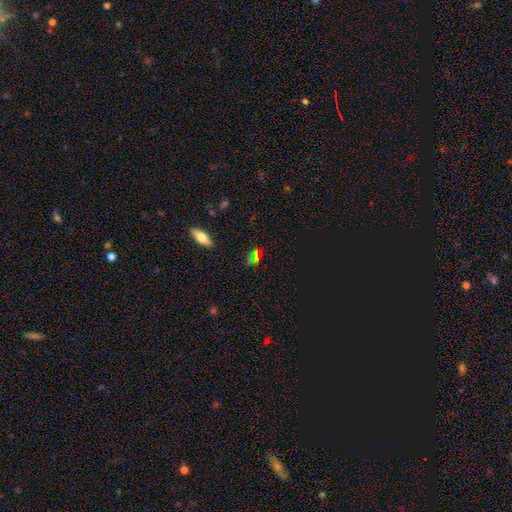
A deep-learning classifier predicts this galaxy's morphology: Q: Smooth or featured?
A: star or artifact (56%); runner-up: smooth (33%)